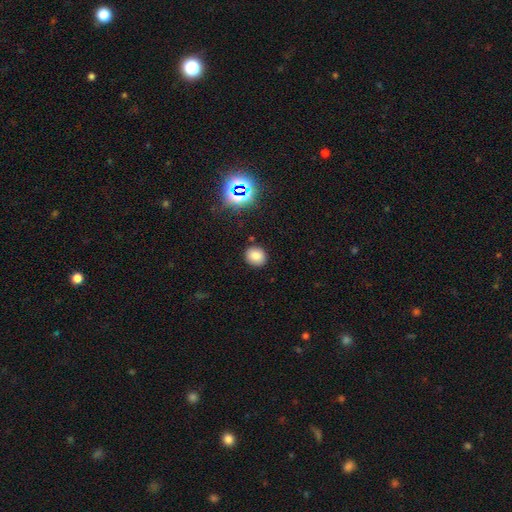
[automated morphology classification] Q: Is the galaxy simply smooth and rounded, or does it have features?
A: smooth — 78%.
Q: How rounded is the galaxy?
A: round — 76%.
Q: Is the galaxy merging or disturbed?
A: none — 88%.